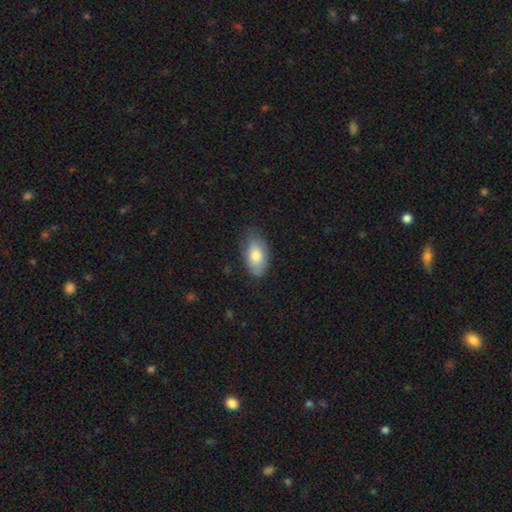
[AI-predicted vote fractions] This appears to be a smooth galaxy with no disk features (76%) that is in between round and cigar-shaped (93%). Merging: none (71%).